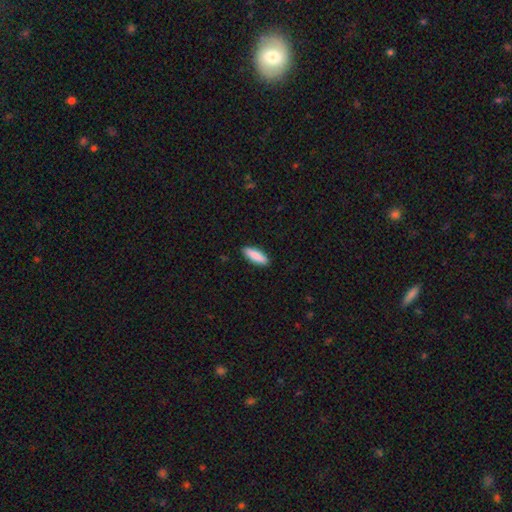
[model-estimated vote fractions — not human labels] smooth-or-featured: smooth: 89% | featured or disk: 6% | star or artifact: 5%
  how-rounded: in between: 55% | cigar-shaped: 44% | round: 2%
  merging: none: 91% | minor disturbance: 7% | major disturbance: 2% | merger: 1%